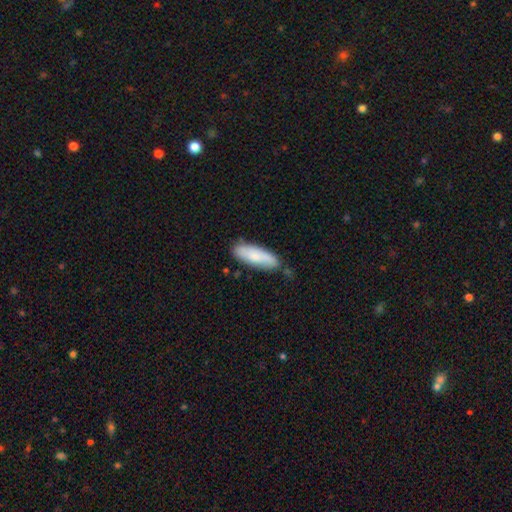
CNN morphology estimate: Overall: smooth (74%). How rounded: in between (57%; cigar-shaped 42%). Merging: none (75%).